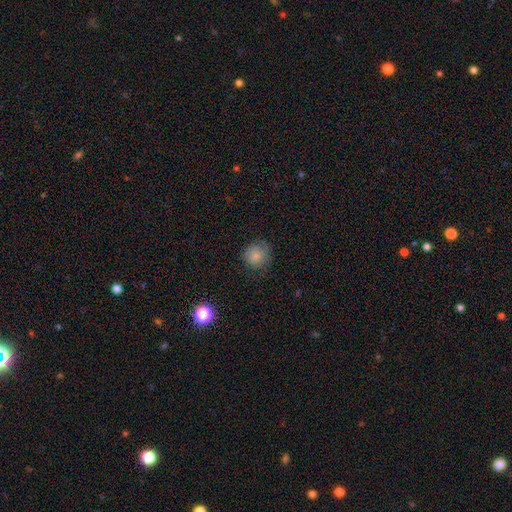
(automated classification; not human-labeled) Smooth or featured: smooth — 77% (featured or disk — 12%)
How rounded: round — 91% (in between — 8%)
Merging: none — 76% (minor disturbance — 18%)